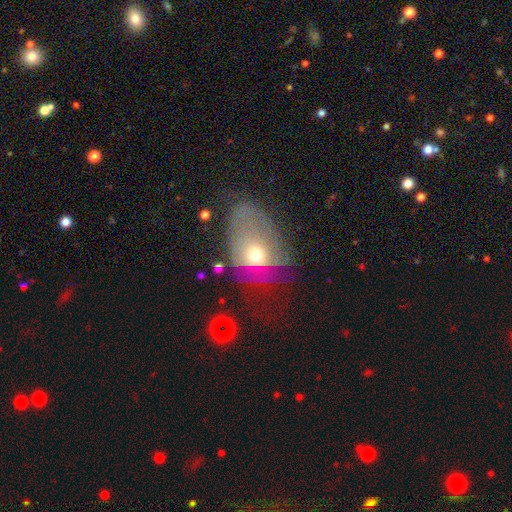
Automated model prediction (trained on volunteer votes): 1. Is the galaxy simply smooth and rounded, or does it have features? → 46% smooth, 40% featured or disk, 14% star or artifact.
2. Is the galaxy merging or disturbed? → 49% major disturbance, 25% none, 21% minor disturbance, 5% merger.